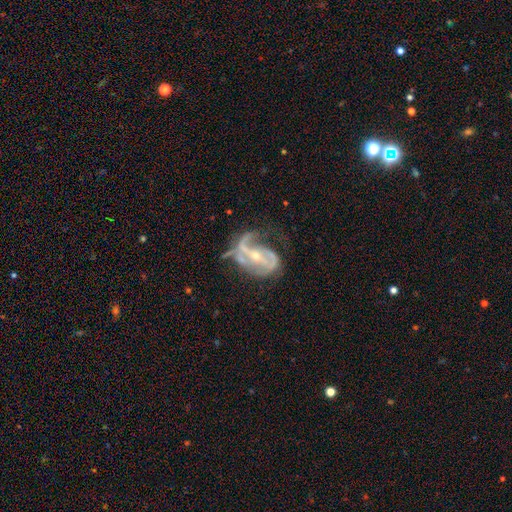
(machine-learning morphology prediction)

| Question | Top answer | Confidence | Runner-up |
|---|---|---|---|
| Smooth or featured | featured or disk | 87% | smooth (7%) |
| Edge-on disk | no | 97% | yes (3%) |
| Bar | strong | 42% | weak (33%) |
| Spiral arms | yes | 92% | no (8%) |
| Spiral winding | medium | 44% | loose (34%) |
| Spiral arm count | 2 | 59% | 1 (17%) |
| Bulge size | small | 64% | moderate (32%) |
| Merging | none | 36% | major disturbance (34%) |